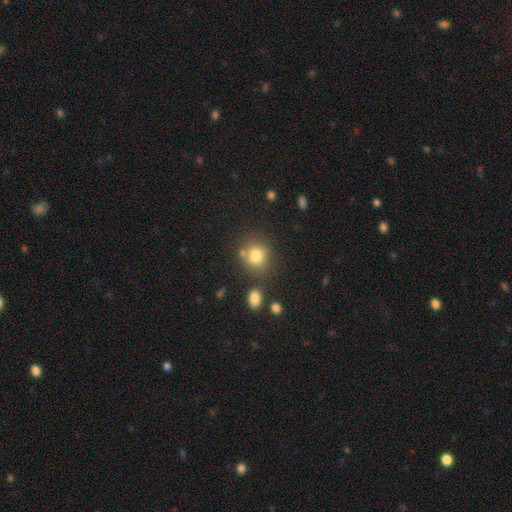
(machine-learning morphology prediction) A smooth galaxy with no disk features (78%) that is round (82%). Merging: none (70%).